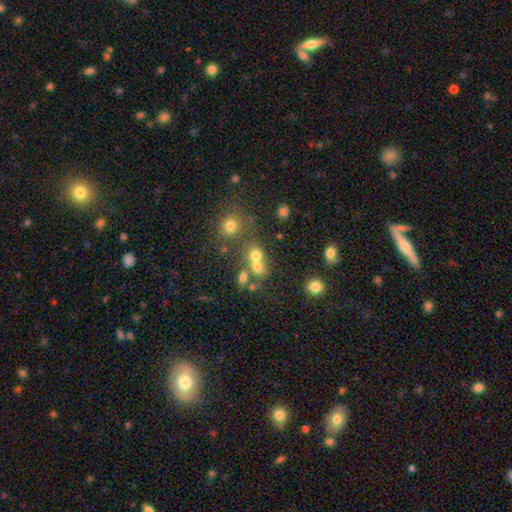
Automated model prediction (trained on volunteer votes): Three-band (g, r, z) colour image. It shows a smooth galaxy with no disk features (67%) that is round (72%). Merging: merger (47%).